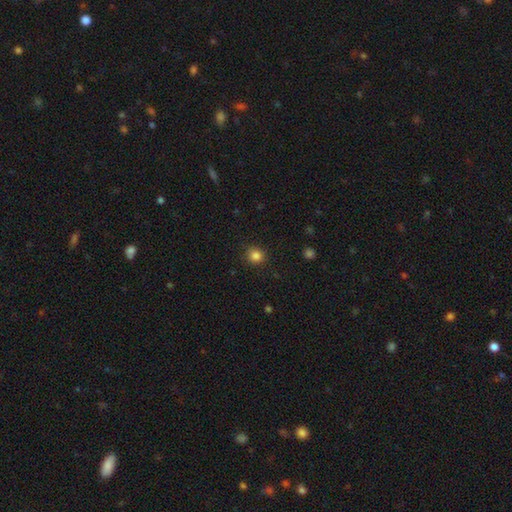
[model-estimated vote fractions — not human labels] Q: Smooth or featured?
A: smooth (84%); runner-up: star or artifact (12%)
Q: How rounded?
A: round (87%); runner-up: in between (12%)
Q: Merging?
A: none (88%); runner-up: minor disturbance (9%)